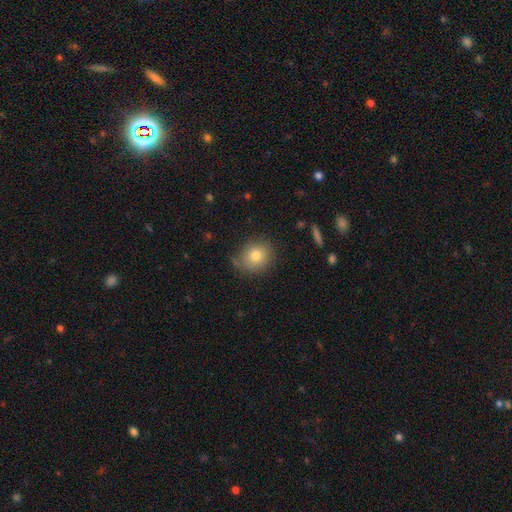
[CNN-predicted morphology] smooth 78%, featured or disk 12%, star or artifact 11%. Down the decision tree: how rounded — round (76%); merging — none (77%).